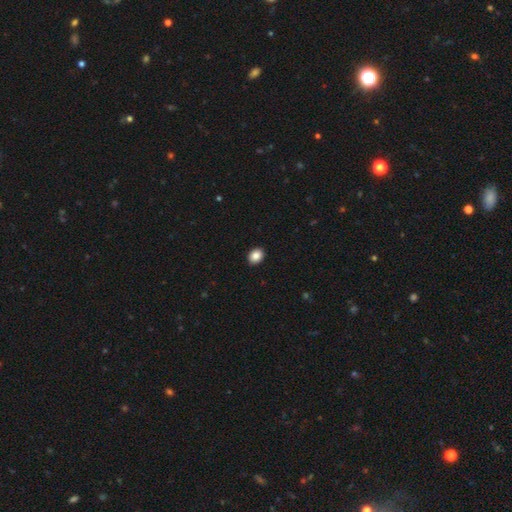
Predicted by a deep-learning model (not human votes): Smooth or featured: smooth — 87% (star or artifact — 9%)
How rounded: in between — 54% (round — 45%)
Merging: none — 92% (minor disturbance — 6%)